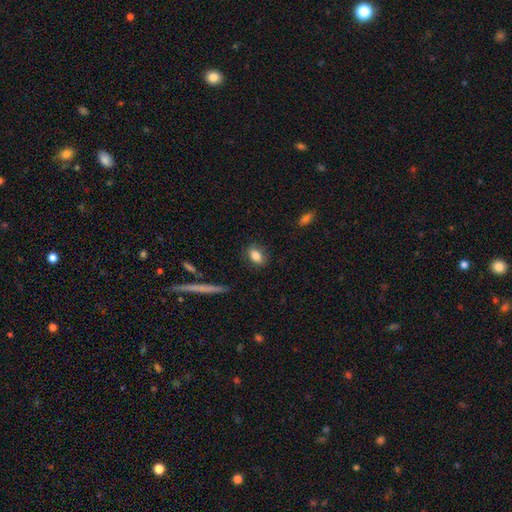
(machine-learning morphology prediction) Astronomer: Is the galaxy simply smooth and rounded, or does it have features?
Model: smooth — 81%.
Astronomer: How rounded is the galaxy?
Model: in between — 78%.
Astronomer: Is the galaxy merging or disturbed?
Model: none — 84%.